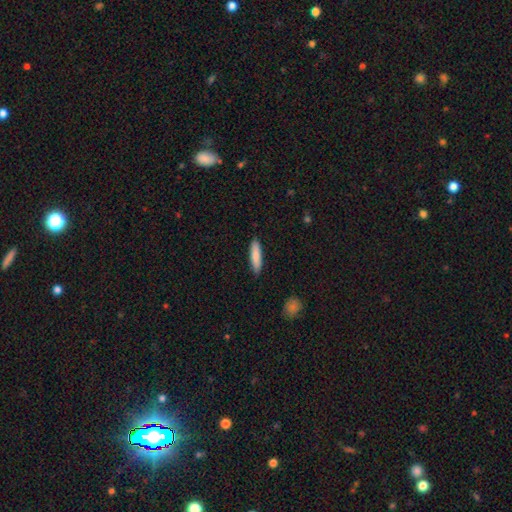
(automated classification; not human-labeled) Q: Smooth or featured?
A: smooth (84%); runner-up: featured or disk (10%)
Q: How rounded?
A: cigar-shaped (77%); runner-up: in between (21%)
Q: Merging?
A: none (88%); runner-up: minor disturbance (9%)